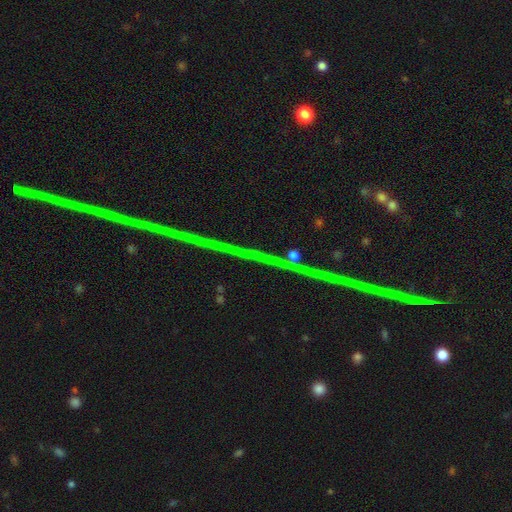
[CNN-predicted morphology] Q: Smooth or featured?
A: star or artifact (84%); runner-up: featured or disk (10%)